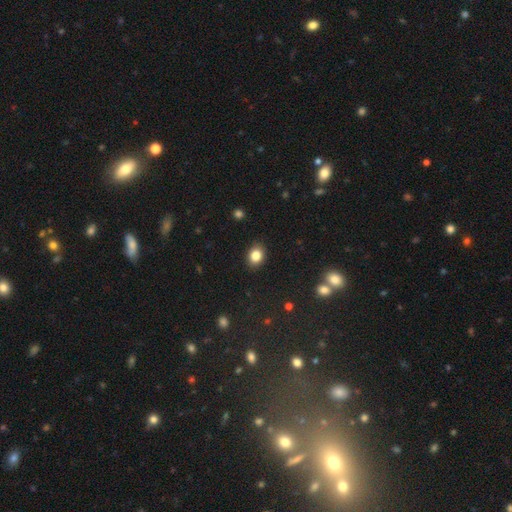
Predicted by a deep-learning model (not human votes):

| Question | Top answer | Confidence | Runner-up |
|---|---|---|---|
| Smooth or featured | smooth | 84% | star or artifact (10%) |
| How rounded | in between | 56% | round (43%) |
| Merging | none | 89% | minor disturbance (8%) |